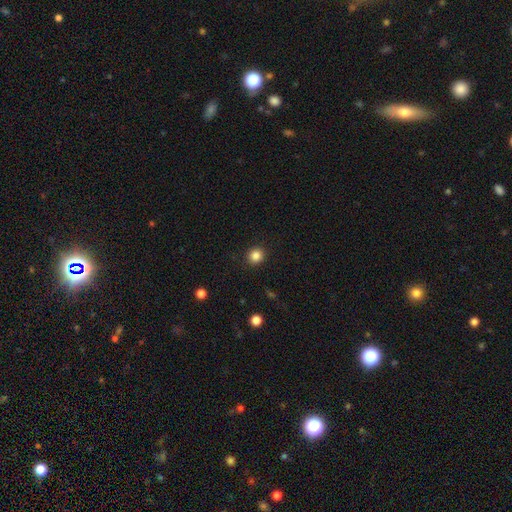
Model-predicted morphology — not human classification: The model was most divided on "smooth or featured": smooth: 85%, star or artifact: 11%, featured or disk: 4%. More confident: merging — none (91%); how rounded — round (90%).